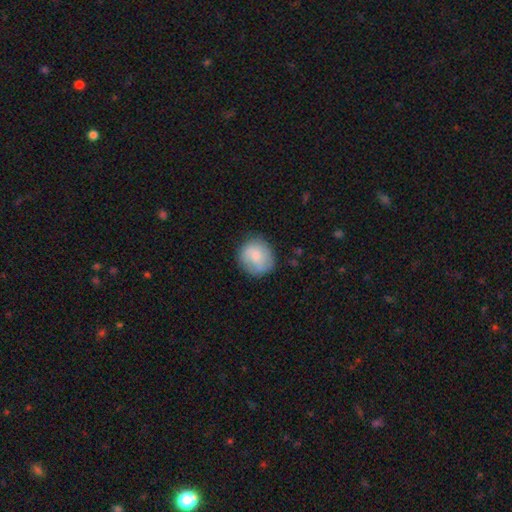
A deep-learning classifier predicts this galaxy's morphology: Q: Smooth or featured?
A: smooth (69%); runner-up: featured or disk (25%)
Q: How rounded?
A: round (83%); runner-up: in between (16%)
Q: Merging?
A: none (75%); runner-up: minor disturbance (18%)